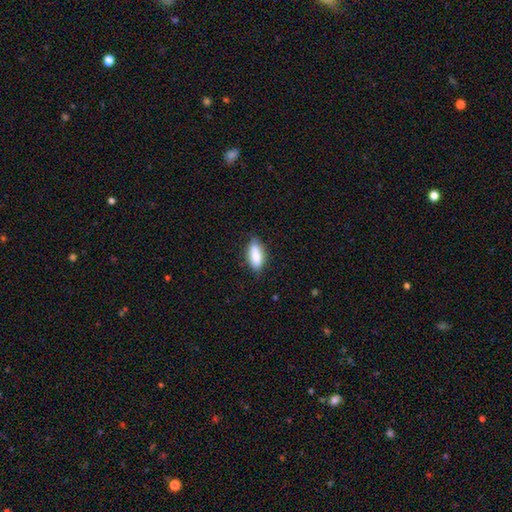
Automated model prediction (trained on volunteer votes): Smooth or featured? Predicted: smooth (p=0.83). How rounded? Predicted: in between (p=0.77). Merging? Predicted: none (p=0.79).